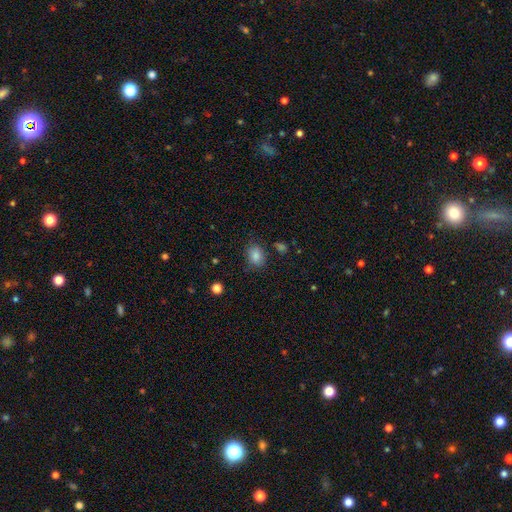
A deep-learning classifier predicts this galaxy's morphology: type=smooth (86%); roundness=in between (64%); merging=none (78%).